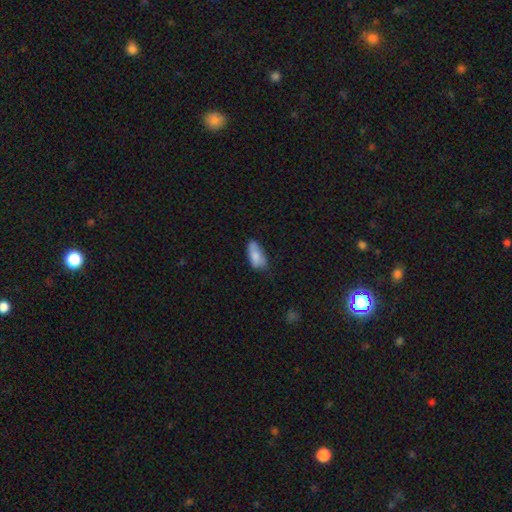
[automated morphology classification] Smooth or featured?
  - smooth: 81% *
  - featured or disk: 12%
  - star or artifact: 7%
How rounded?
  - in between: 89% *
  - cigar-shaped: 9%
  - round: 2%
Merging?
  - none: 55% *
  - minor disturbance: 34%
  - major disturbance: 8%
  - merger: 3%